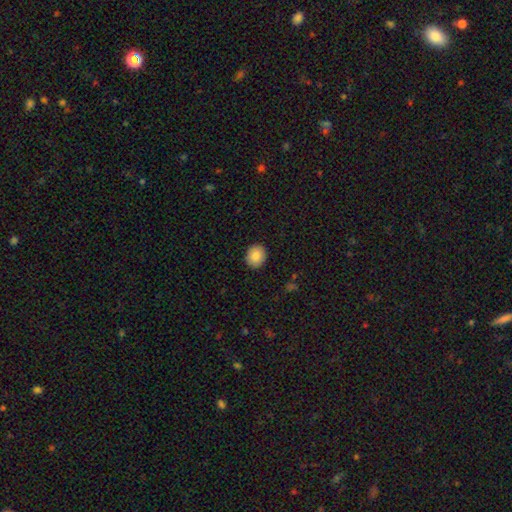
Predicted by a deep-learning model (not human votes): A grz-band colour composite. It shows a smooth galaxy with no disk features (86%) that is round (68%). Merging: none (91%).